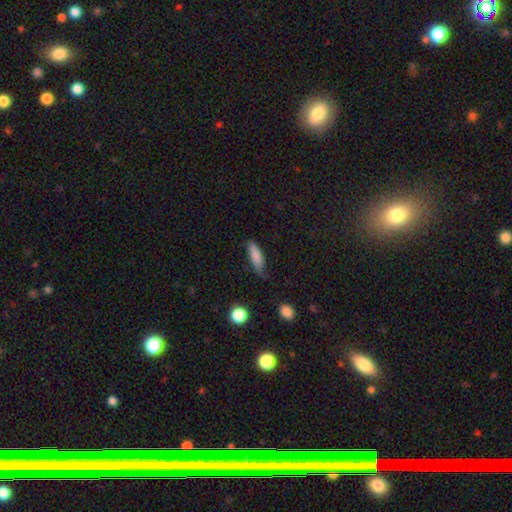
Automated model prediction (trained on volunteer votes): Smooth or featured? Predicted: smooth (p=0.80). How rounded? Predicted: in between (p=0.52). Merging? Predicted: none (p=0.53).